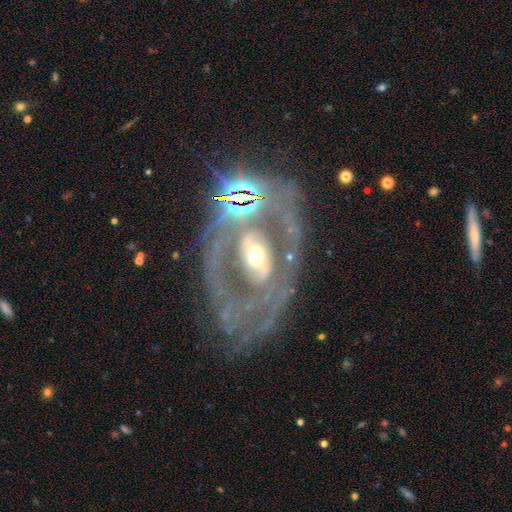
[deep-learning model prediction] Smooth or featured: featured or disk — 80% (smooth — 11%)
Edge-on disk: no — 94% (yes — 6%)
Bar: strong — 38% (weak — 32%)
Spiral arms: yes — 64% (no — 36%)
Bulge size: moderate — 61% (small — 27%)
Merging: none — 55% (major disturbance — 20%)